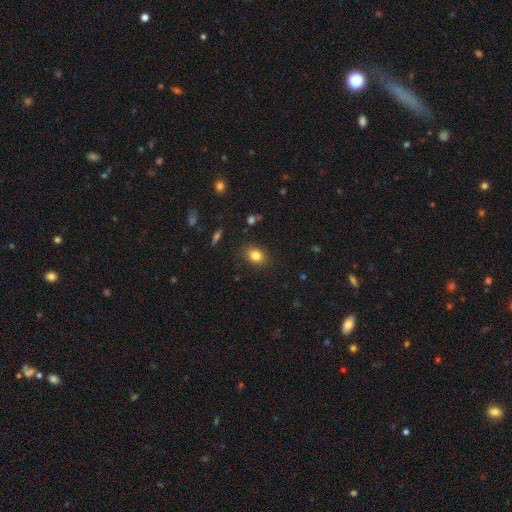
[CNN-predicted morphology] smooth 82%, star or artifact 10%, featured or disk 7%. Down the decision tree: how rounded — in between (64%); merging — none (86%).